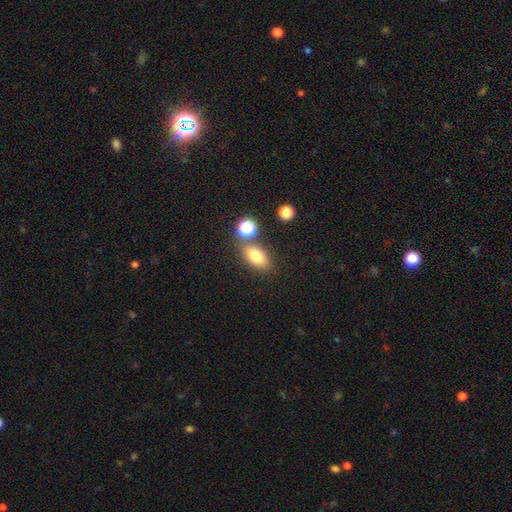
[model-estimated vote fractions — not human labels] Smooth or featured: smooth — 79% (star or artifact — 11%)
How rounded: in between — 83% (round — 11%)
Merging: none — 71% (merger — 13%)